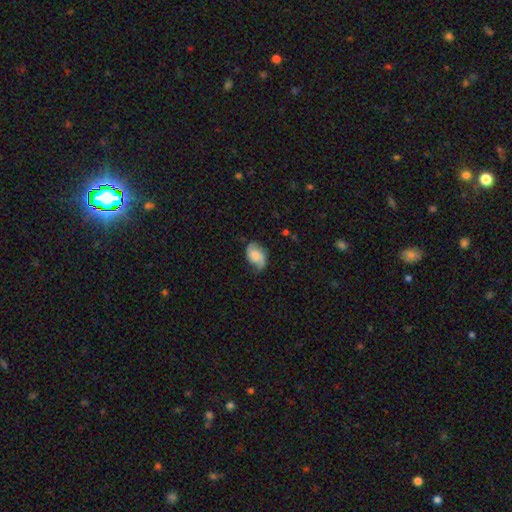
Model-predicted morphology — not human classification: The model was most divided on "smooth or featured": smooth: 47%, featured or disk: 45%, star or artifact: 8%. More confident: merging — none (67%).